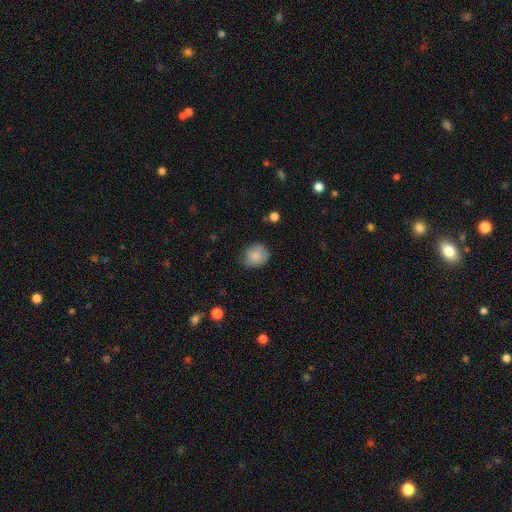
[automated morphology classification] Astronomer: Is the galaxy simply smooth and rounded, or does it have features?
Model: smooth — 83%.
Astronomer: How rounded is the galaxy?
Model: round — 72%.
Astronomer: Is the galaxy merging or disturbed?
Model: none — 68%.